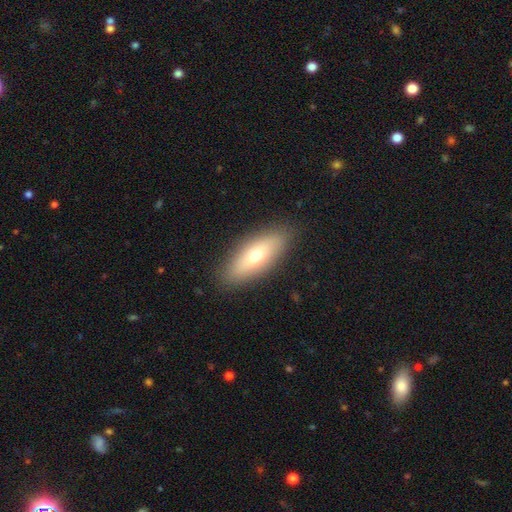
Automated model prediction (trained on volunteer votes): Smooth or featured? smooth (62%)
How rounded? in between (67%)
Merging? none (88%)